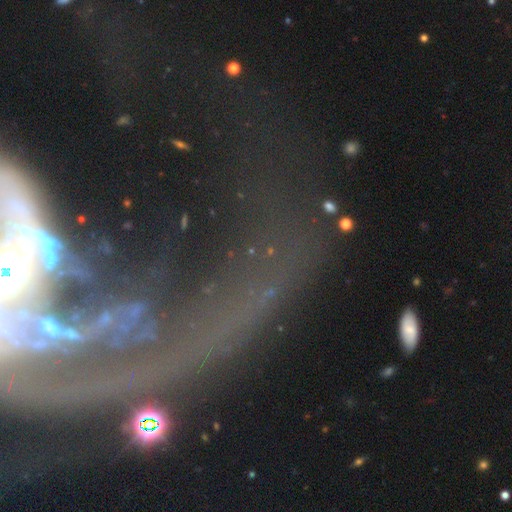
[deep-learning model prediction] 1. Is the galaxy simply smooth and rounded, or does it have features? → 47% featured or disk, 32% star or artifact, 21% smooth.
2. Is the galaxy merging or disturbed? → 47% none, 23% major disturbance, 17% minor disturbance, 13% merger.